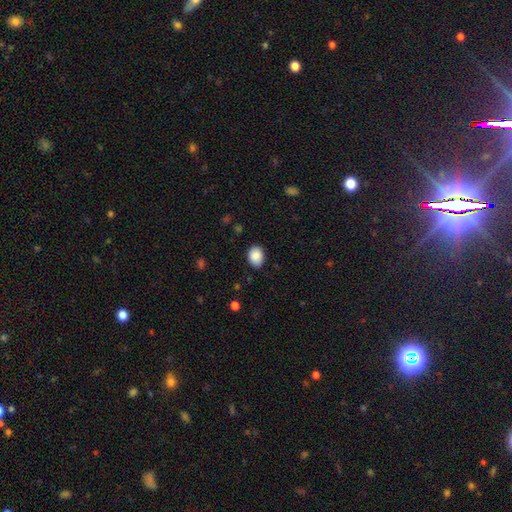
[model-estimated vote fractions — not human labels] Smooth or featured?
  - smooth: 89% *
  - star or artifact: 7%
  - featured or disk: 4%
How rounded?
  - in between: 65% *
  - round: 34%
  - cigar-shaped: 1%
Merging?
  - none: 86% *
  - minor disturbance: 11%
  - major disturbance: 2%
  - merger: 1%